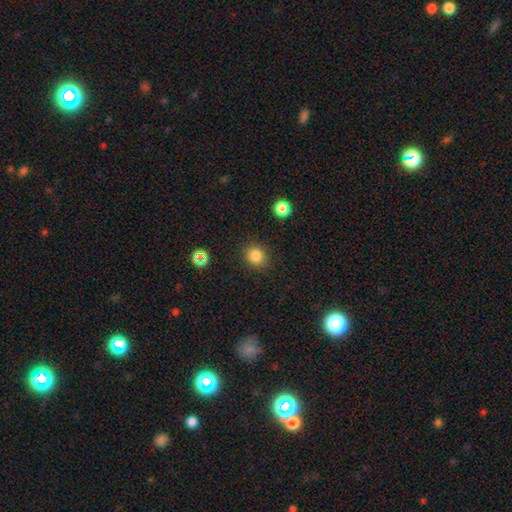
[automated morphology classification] Overall: smooth (83%). How rounded: round (84%). Merging: none (88%).